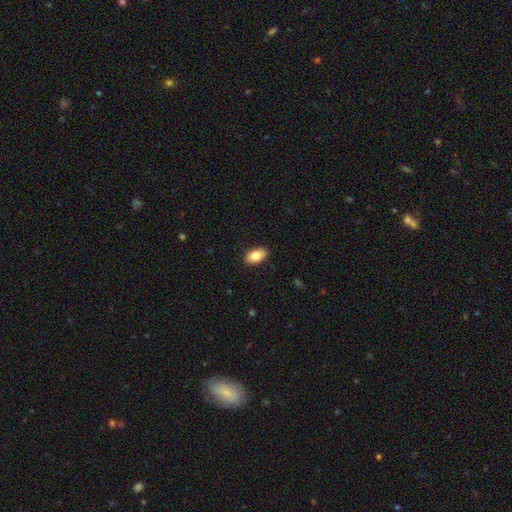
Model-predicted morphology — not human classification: Smooth or featured?
  - smooth: 83% *
  - featured or disk: 10%
  - star or artifact: 7%
How rounded?
  - in between: 92% *
  - round: 6%
  - cigar-shaped: 2%
Merging?
  - none: 88% *
  - minor disturbance: 9%
  - major disturbance: 2%
  - merger: 1%